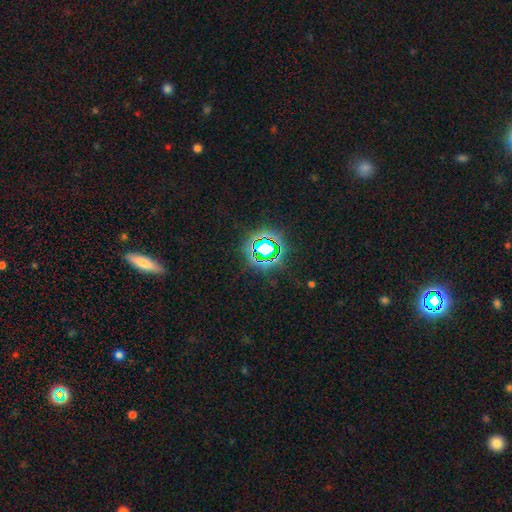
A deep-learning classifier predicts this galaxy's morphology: This appears to be a star or artifact, not a galaxy (74%).